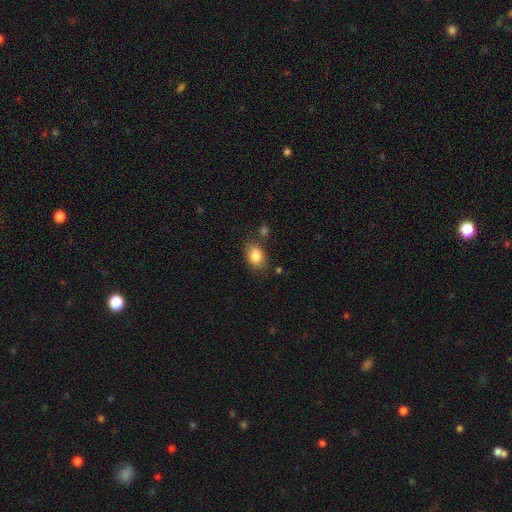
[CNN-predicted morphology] Smooth or featured?
  - smooth: 84% *
  - star or artifact: 8%
  - featured or disk: 7%
How rounded?
  - in between: 83% *
  - round: 15%
  - cigar-shaped: 1%
Merging?
  - none: 77% *
  - minor disturbance: 14%
  - merger: 5%
  - major disturbance: 4%